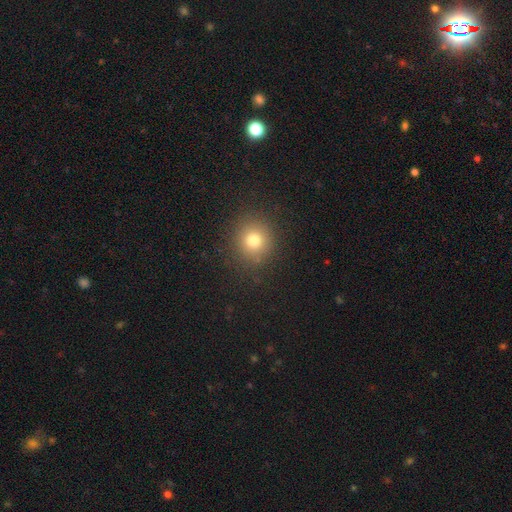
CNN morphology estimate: smooth 69%, star or artifact 24%, featured or disk 6%. Down the decision tree: how rounded — round (91%); merging — none (92%).